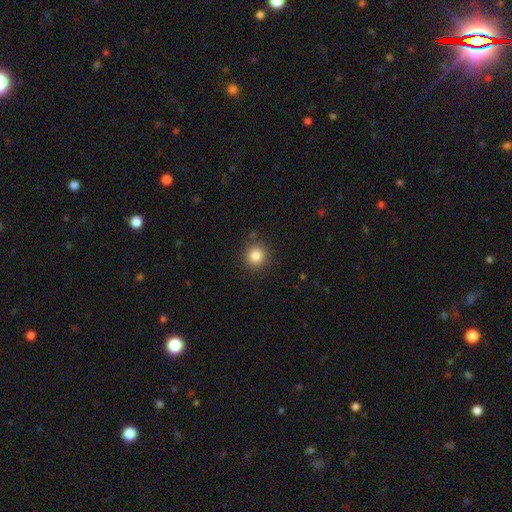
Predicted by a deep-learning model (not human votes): A smooth galaxy with no disk features (84%) that is round (91%). Merging: none (88%).